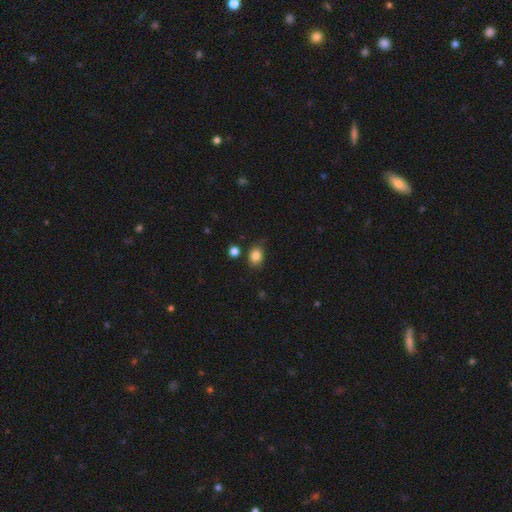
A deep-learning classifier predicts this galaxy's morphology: smooth-or-featured: smooth: 84% | star or artifact: 10% | featured or disk: 5%
  how-rounded: in between: 55% | round: 44% | cigar-shaped: 1%
  merging: none: 80% | minor disturbance: 13% | merger: 4% | major disturbance: 3%